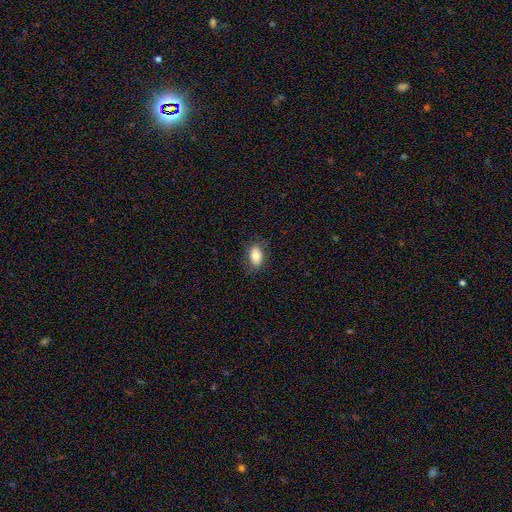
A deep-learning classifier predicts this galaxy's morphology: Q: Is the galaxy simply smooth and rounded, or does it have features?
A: smooth — 81%.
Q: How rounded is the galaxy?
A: in between — 88%.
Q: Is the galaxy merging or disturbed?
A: none — 80%.